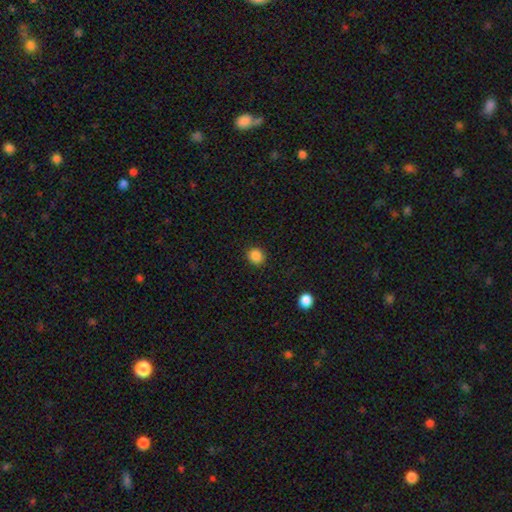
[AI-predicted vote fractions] The model was most divided on "how rounded": round: 86%, in between: 13%, cigar-shaped: 1%. More confident: merging — none (91%); smooth or featured — smooth (86%).